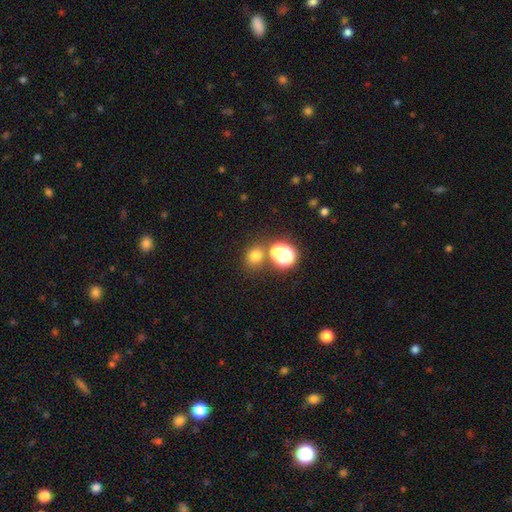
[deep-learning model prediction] Smooth or featured? smooth (72%)
How rounded? round (65%)
Merging? none (66%)